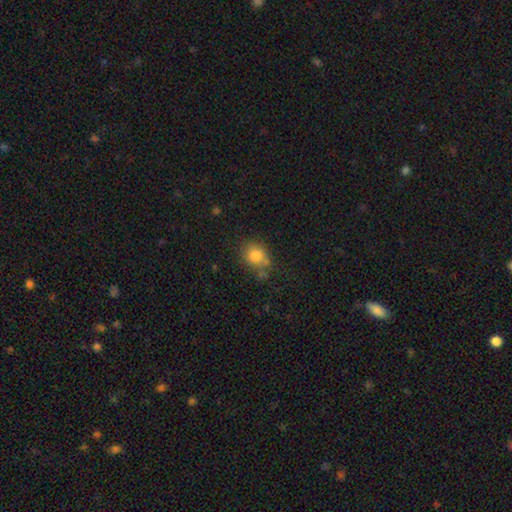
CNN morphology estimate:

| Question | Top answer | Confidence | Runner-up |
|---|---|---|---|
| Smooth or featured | smooth | 80% | star or artifact (10%) |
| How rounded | round | 63% | in between (36%) |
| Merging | none | 58% | minor disturbance (21%) |